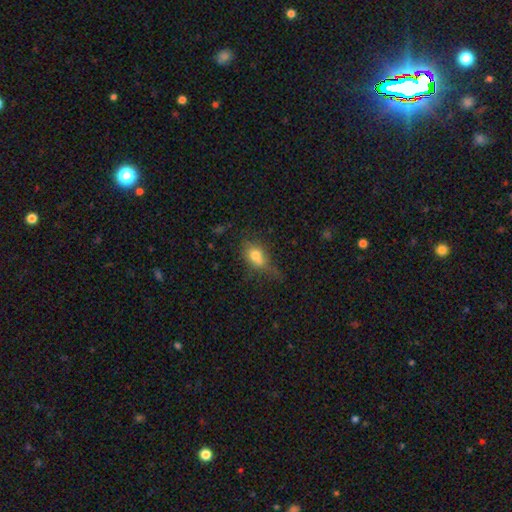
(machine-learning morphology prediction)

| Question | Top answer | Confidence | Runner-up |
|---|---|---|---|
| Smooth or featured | smooth | 72% | featured or disk (17%) |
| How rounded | in between | 66% | round (30%) |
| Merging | none | 35% | minor disturbance (27%) |